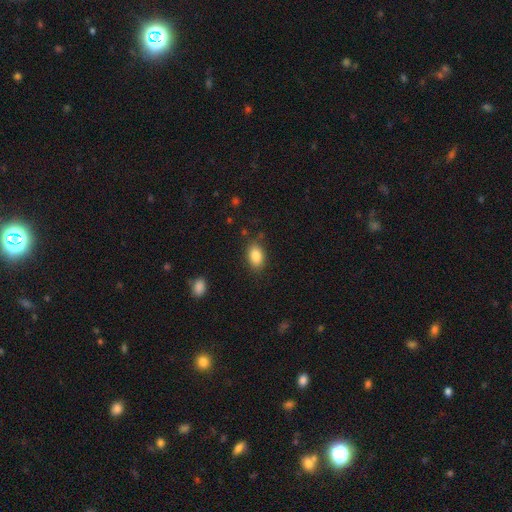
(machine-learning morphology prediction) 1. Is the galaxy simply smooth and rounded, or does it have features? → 86% smooth, 8% star or artifact, 6% featured or disk.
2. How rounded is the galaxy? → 86% in between, 12% round, 2% cigar-shaped.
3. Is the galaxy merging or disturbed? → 82% none, 13% minor disturbance, 3% major disturbance, 2% merger.